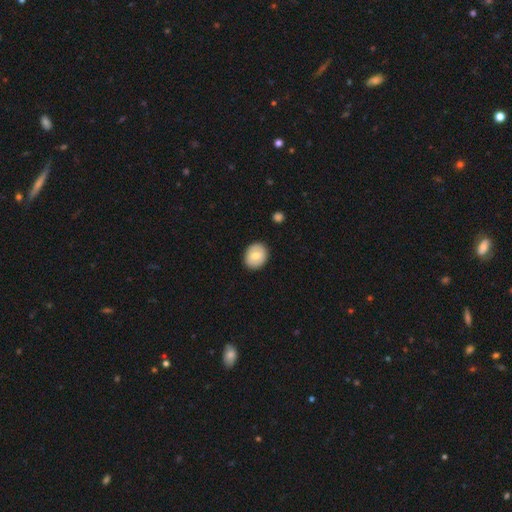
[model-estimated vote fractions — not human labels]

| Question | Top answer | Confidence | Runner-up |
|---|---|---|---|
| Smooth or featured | smooth | 66% | featured or disk (27%) |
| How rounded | round | 54% | in between (45%) |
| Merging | none | 88% | minor disturbance (9%) |